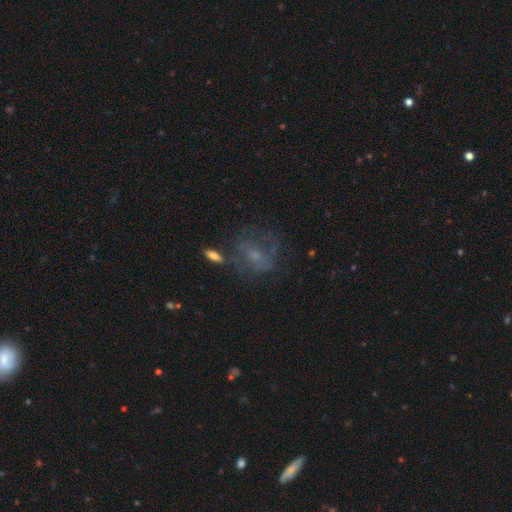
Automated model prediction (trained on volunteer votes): Smooth or featured: featured or disk — 53% (smooth — 29%)
Edge-on disk: no — 96% (yes — 4%)
Bar: no — 64% (weak — 30%)
Spiral arms: yes — 59% (no — 41%)
Bulge size: small — 55% (moderate — 26%)
Merging: none — 50% (major disturbance — 22%)